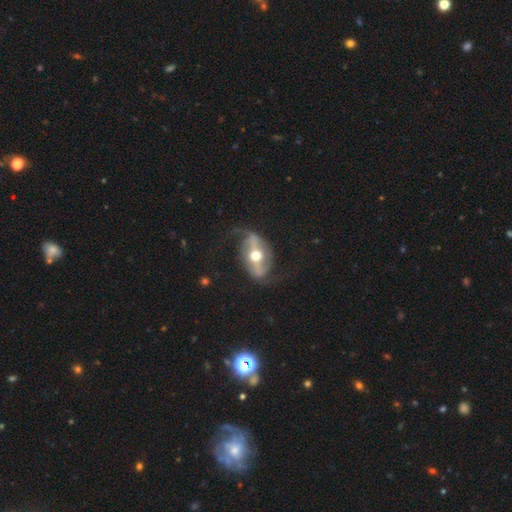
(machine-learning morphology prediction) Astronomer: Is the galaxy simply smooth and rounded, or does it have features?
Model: featured or disk — 80%.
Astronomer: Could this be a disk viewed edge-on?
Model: no — 92%.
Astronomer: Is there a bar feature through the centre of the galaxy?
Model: strong — 46% (runner-up: weak, 28%).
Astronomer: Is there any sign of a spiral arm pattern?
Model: yes — 80%.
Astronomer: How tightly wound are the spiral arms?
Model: loose — 66%.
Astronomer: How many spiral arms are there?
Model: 2 — 89%.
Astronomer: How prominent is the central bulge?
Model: moderate — 76%.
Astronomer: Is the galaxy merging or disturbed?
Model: none — 62%.